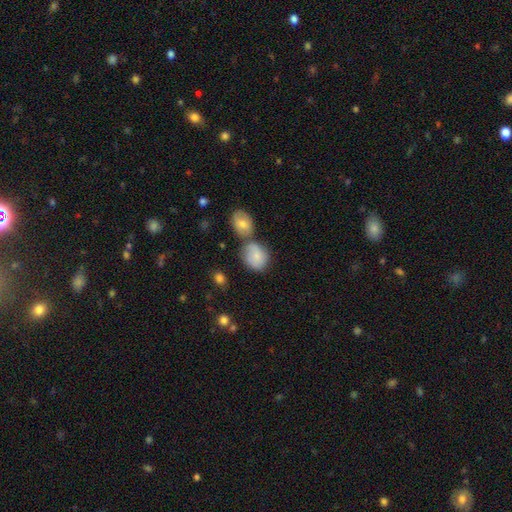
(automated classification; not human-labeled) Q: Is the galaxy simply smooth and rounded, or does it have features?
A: smooth — 80%.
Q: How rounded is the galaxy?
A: round — 50%.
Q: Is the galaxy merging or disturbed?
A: none — 43%.